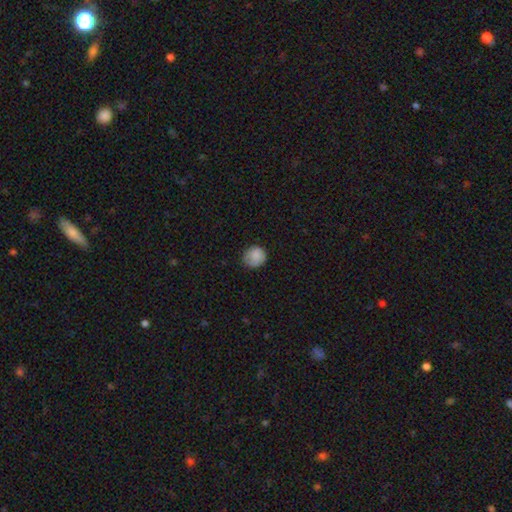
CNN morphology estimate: This is clearly a smooth galaxy (85%). How rounded: clearly round (84%). Merging: likely none (72%).